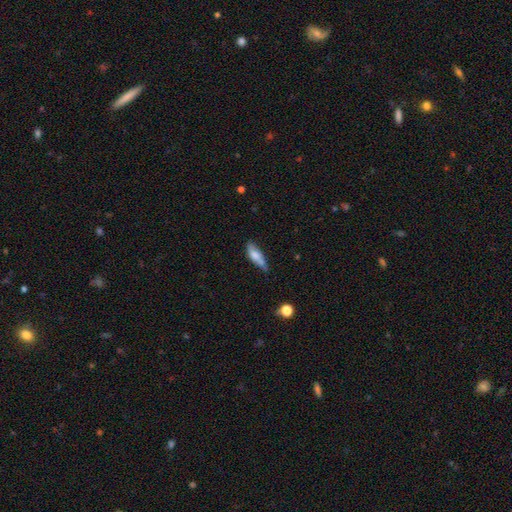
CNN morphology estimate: Smooth or featured? smooth (66%)
How rounded? in between (56%)
Merging? none (50%)